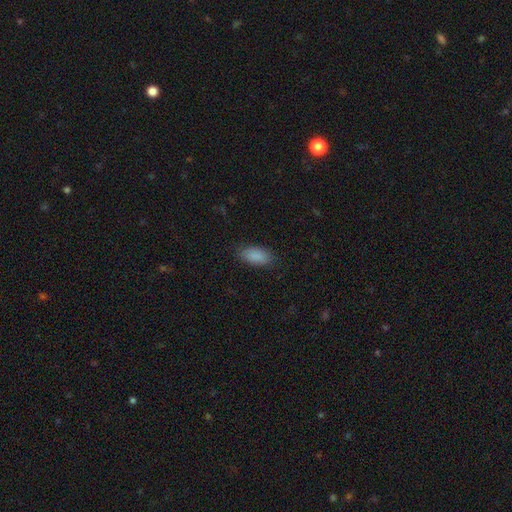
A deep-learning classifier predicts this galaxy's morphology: Smooth or featured?
  - smooth: 89% *
  - star or artifact: 7%
  - featured or disk: 4%
How rounded?
  - in between: 91% *
  - cigar-shaped: 6%
  - round: 3%
Merging?
  - none: 84% *
  - minor disturbance: 12%
  - major disturbance: 3%
  - merger: 1%